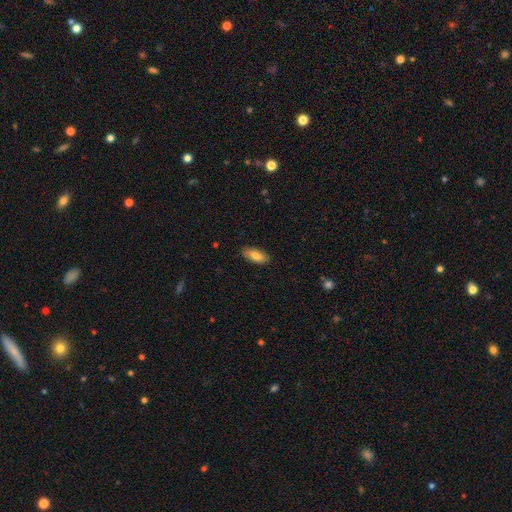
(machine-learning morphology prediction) type=smooth (82%); roundness=in between (84%); merging=none (87%).